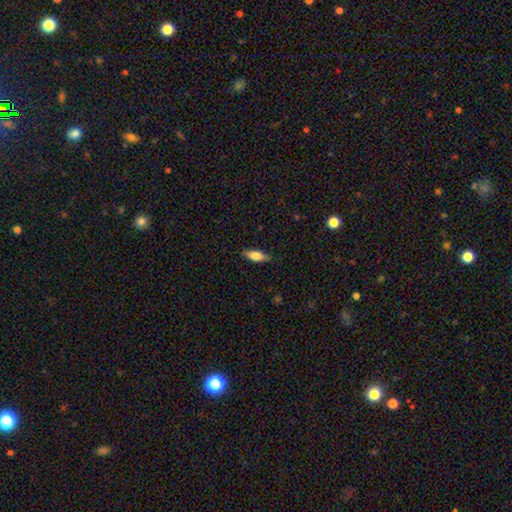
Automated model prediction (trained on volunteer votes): smooth-or-featured: smooth: 74% | featured or disk: 19% | star or artifact: 7%
  how-rounded: in between: 68% | cigar-shaped: 29% | round: 2%
  merging: none: 84% | minor disturbance: 12% | major disturbance: 3% | merger: 1%